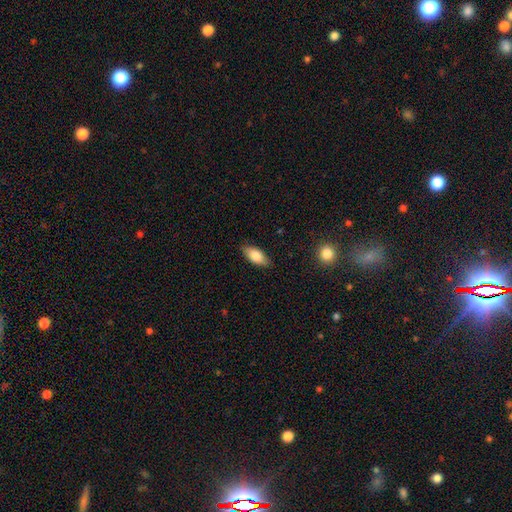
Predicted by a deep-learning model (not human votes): The model was most divided on "smooth or featured": smooth: 79%, featured or disk: 14%, star or artifact: 7%. More confident: merging — none (86%); how rounded — in between (85%).